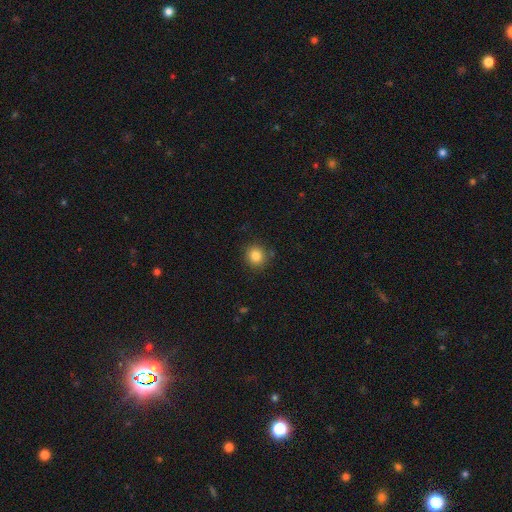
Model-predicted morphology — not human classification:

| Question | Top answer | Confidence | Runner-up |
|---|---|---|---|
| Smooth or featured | smooth | 84% | star or artifact (11%) |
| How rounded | round | 87% | in between (12%) |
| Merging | none | 86% | minor disturbance (9%) |